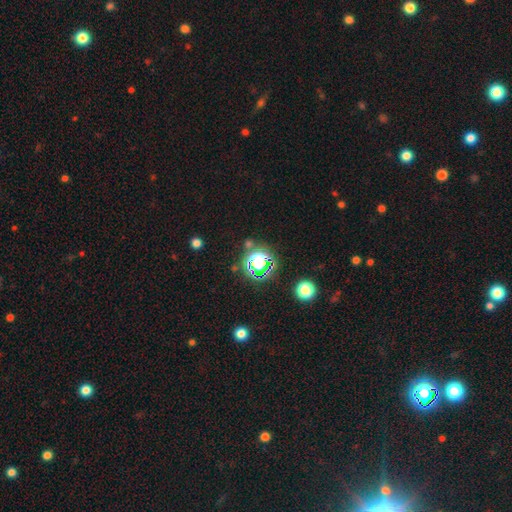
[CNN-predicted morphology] The model was most divided on "smooth or featured": star or artifact: 75%, smooth: 18%, featured or disk: 7%.